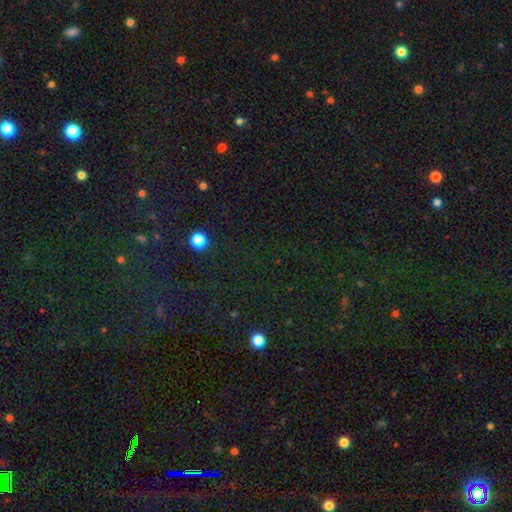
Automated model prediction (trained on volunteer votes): Smooth or featured: star or artifact — 71% (smooth — 21%)